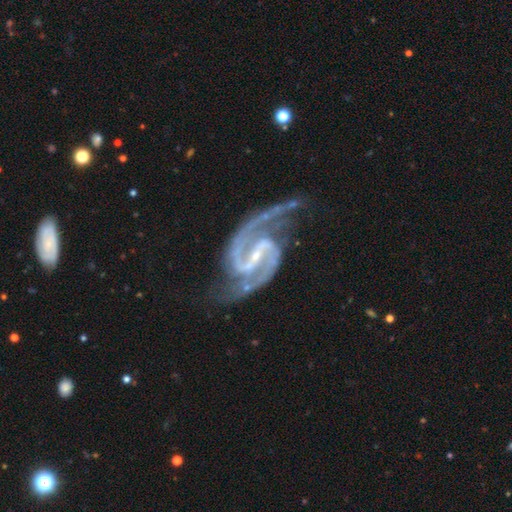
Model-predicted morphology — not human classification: A featured or disk galaxy (94%) with a strong bar (58%), 2 (94%) medium (63%) spiral arms (99%) and a small central bulge (80%). Merging: none (66%).